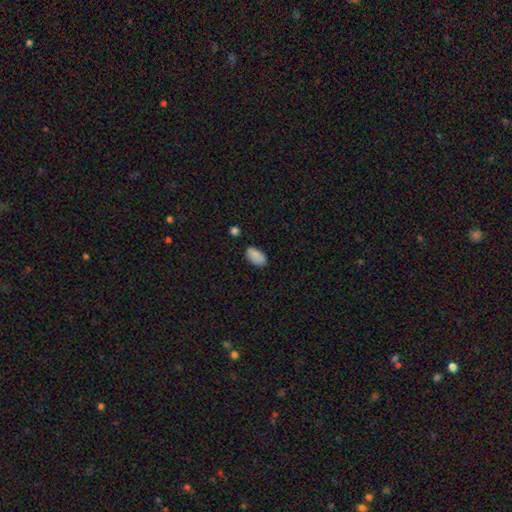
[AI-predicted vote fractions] Overall: smooth (87%). How rounded: in between (94%). Merging: none (75%).